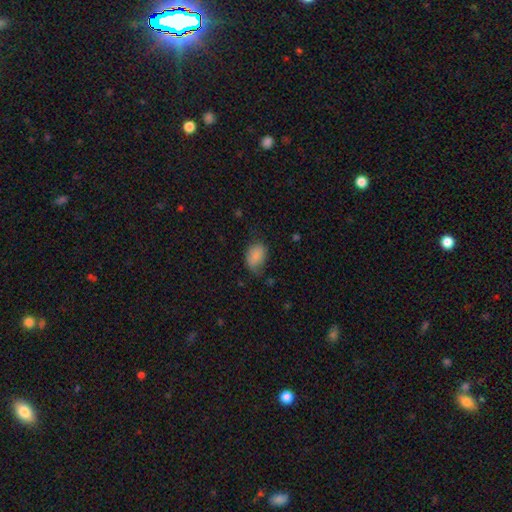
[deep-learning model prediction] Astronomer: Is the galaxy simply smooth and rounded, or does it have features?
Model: smooth — 81%.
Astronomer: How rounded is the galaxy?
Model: in between — 79%.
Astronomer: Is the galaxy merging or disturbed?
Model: none — 51% (runner-up: minor disturbance, 35%).